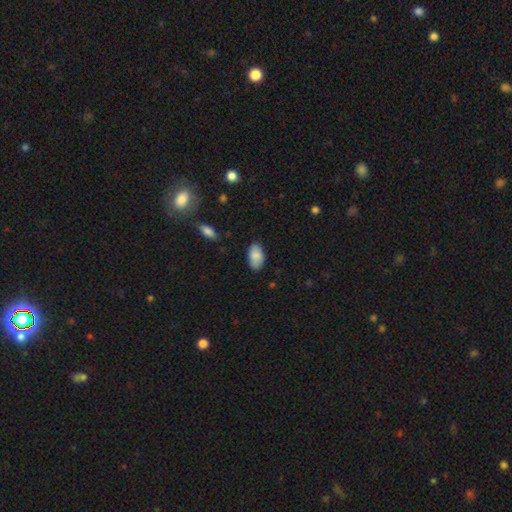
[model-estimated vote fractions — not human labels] smooth_or_featured: smooth (p=0.87) [alt: star or artifact p=0.07]
how_rounded: in between (p=0.94) [alt: round p=0.04]
merging: none (p=0.83) [alt: minor disturbance p=0.13]